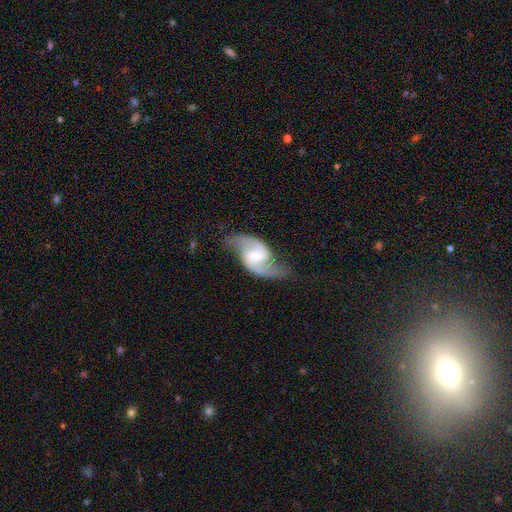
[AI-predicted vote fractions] smooth-or-featured: featured or disk: 89% | smooth: 6% | star or artifact: 4%
  disk-edge-on: no: 97% | yes: 3%
    bar: weak: 53% | strong: 24% | no: 23%
    has-spiral-arms: yes: 97% | no: 3%
      spiral-winding: loose: 60% | medium: 33% | tight: 6%
      spiral-arm-count: 2: 94% | can't tell: 2% | 1: 1% | 3: 1% | 4: 1% | more than 4: 1%
    bulge-size: moderate: 43% | small: 31% | large: 12% | none: 11% | dominant: 2%
  merging: none: 78% | minor disturbance: 14% | major disturbance: 6% | merger: 2%